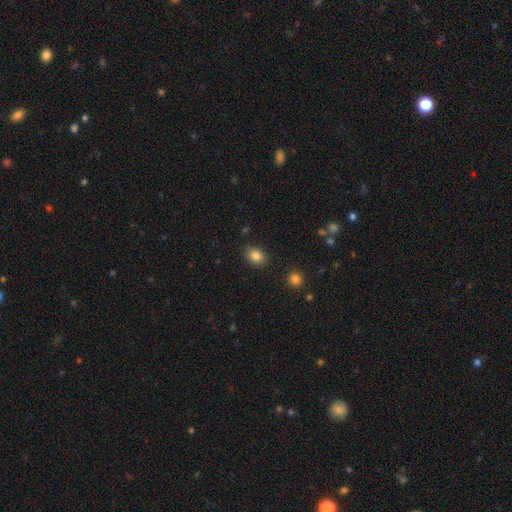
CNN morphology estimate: Q: Smooth or featured?
A: smooth (84%); runner-up: star or artifact (10%)
Q: How rounded?
A: in between (57%); runner-up: round (42%)
Q: Merging?
A: none (86%); runner-up: minor disturbance (10%)